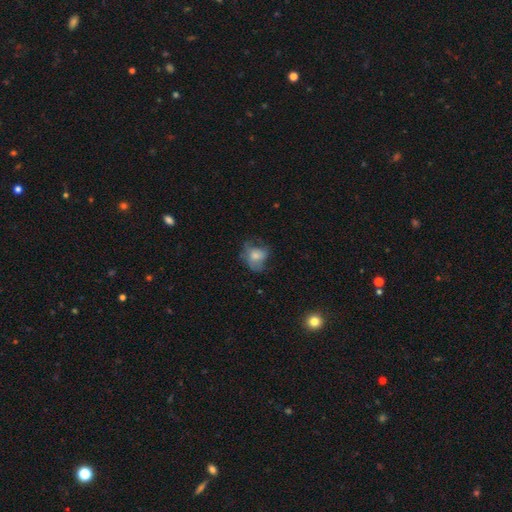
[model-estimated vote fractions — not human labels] Smooth or featured? smooth (64%)
How rounded? in between (51%)
Merging? none (41%)